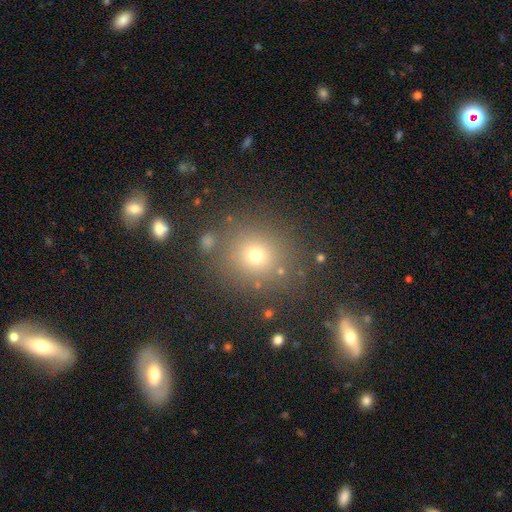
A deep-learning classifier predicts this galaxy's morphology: Smooth or featured: smooth — 68% (star or artifact — 22%)
How rounded: round — 86% (in between — 13%)
Merging: none — 82% (minor disturbance — 9%)